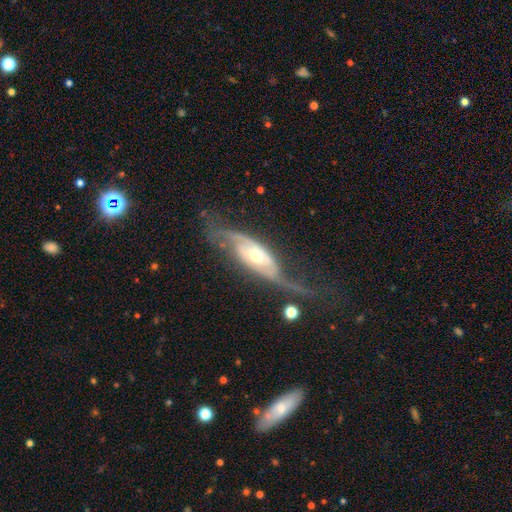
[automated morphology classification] type=featured or disk (86%); edge-on=no (85%); bar=no (55%); spiral arms=yes (93%); winding=loose (40%); arm count=2 (82%); bulge=moderate (64%); merging=none (52%).